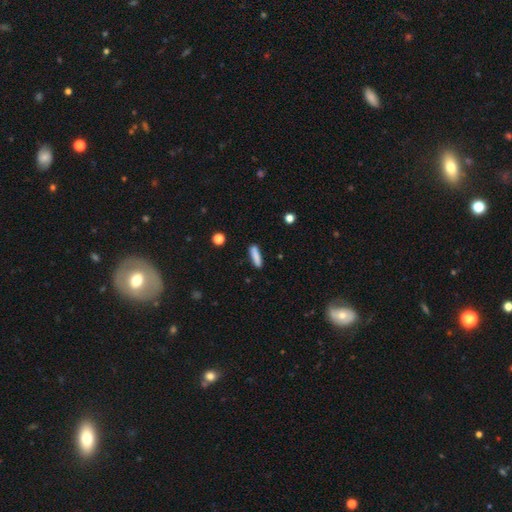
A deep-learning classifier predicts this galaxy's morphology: Overall: smooth (85%). How rounded: cigar-shaped (79%). Merging: none (86%).